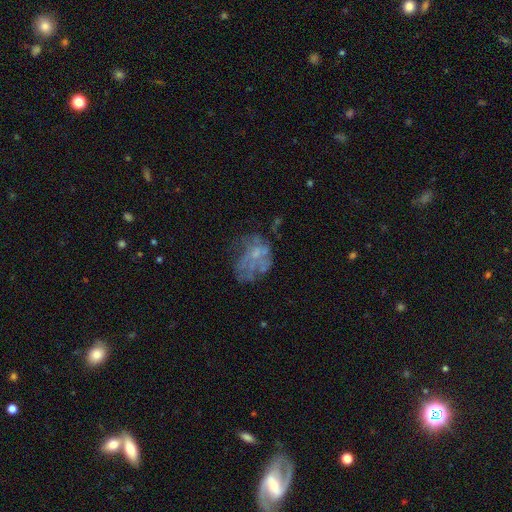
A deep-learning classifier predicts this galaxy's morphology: A featured or disk galaxy (57%) with no bar (87%), no spiral arms (84%) and no central bulge (50%). Merging: none (43%).